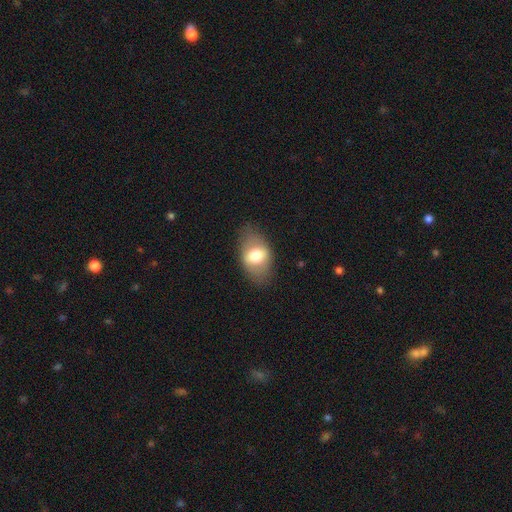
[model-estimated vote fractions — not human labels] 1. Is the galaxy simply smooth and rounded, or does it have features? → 63% smooth, 29% featured or disk, 7% star or artifact.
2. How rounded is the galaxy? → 86% in between, 13% round, 2% cigar-shaped.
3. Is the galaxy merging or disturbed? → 75% none, 17% minor disturbance, 7% major disturbance, 1% merger.